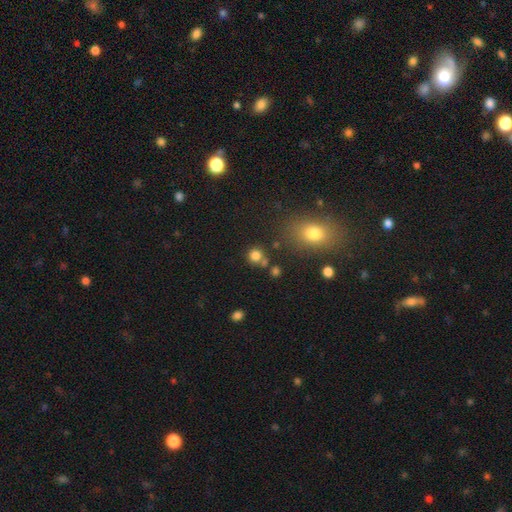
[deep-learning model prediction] Overall: smooth (78%). How rounded: round (88%). Merging: none (69%).